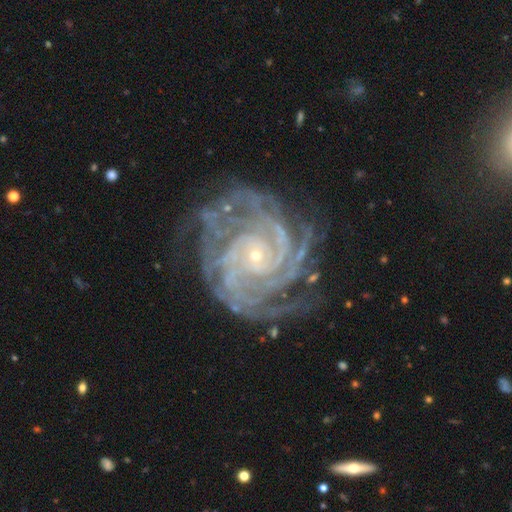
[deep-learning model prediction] smooth-or-featured: featured or disk: 92% | star or artifact: 6% | smooth: 3%
  disk-edge-on: no: 98% | yes: 2%
    bar: no: 71% | weak: 19% | strong: 10%
    has-spiral-arms: yes: 99% | no: 1%
      spiral-winding: tight: 77% | medium: 20% | loose: 3%
      spiral-arm-count: 4: 23% | more than 4: 19% | 3: 18% | 2: 16% | can't tell: 16% | 1: 9%
    bulge-size: small: 87% | moderate: 10% | none: 2% | large: 1% | dominant: 1%
  merging: none: 73% | minor disturbance: 18% | major disturbance: 8% | merger: 2%